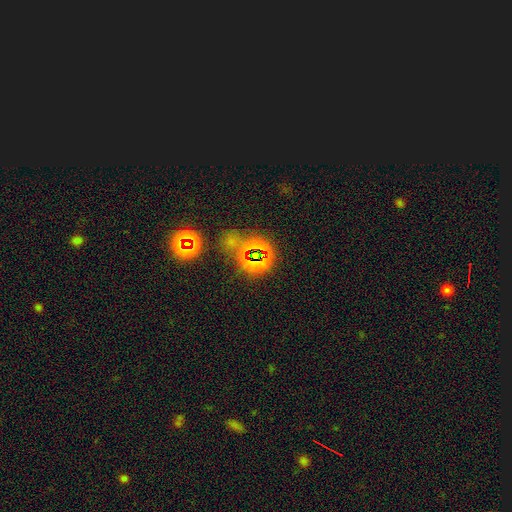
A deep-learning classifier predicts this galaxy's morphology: This appears to be a star or artifact, not a galaxy (68%).